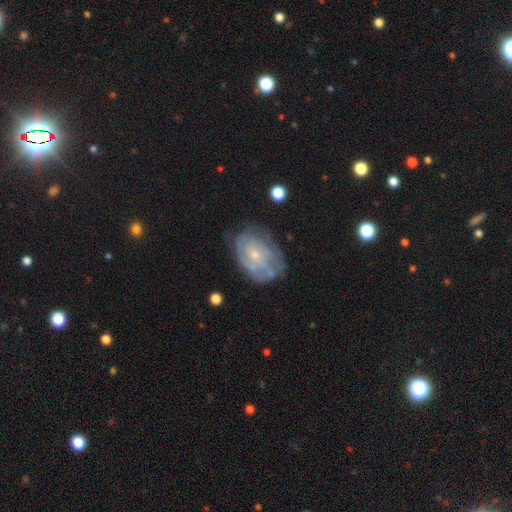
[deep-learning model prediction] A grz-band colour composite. It shows a featured or disk galaxy (68%) with no bar (80%), spiral arms (70%) and a small central bulge (72%). Merging: none (62%).